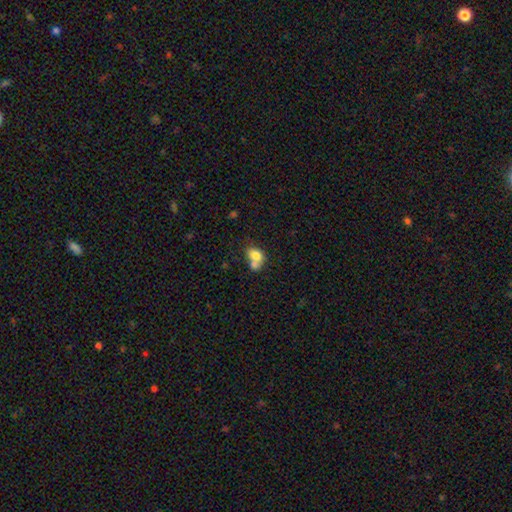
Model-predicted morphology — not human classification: smooth_or_featured: smooth (p=0.75) [alt: featured or disk p=0.16]
how_rounded: in between (p=0.62) [alt: round p=0.37]
merging: merger (p=0.60) [alt: none p=0.25]